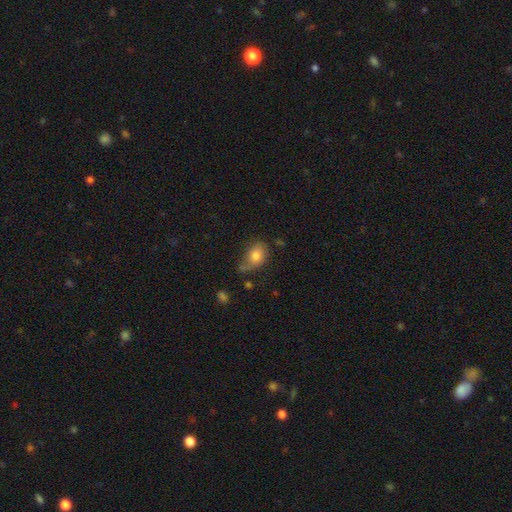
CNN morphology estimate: This is likely a smooth galaxy (76%). How rounded: likely in between (70%). Merging: possibly none (48%).